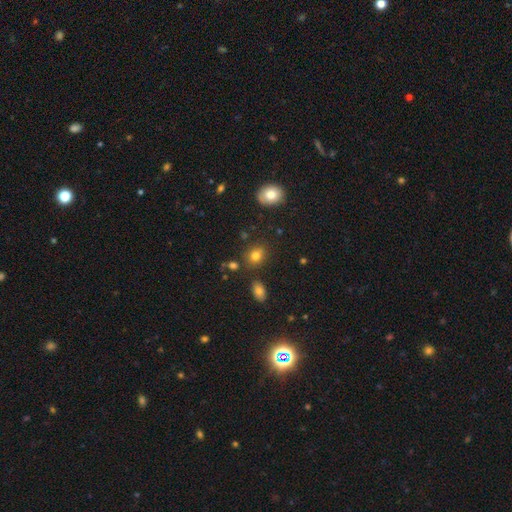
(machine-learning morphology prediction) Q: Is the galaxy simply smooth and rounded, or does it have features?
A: smooth — 79%.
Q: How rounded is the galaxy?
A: round — 50%.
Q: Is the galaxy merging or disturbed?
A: none — 80%.